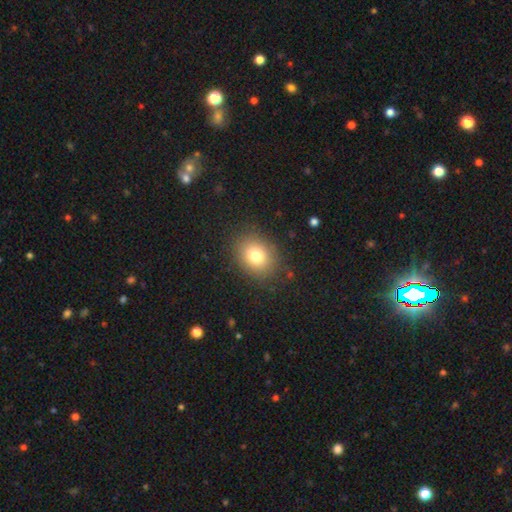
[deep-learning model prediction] Smooth or featured? Predicted: smooth (p=0.78). How rounded? Predicted: round (p=0.55). Merging? Predicted: none (p=0.86).